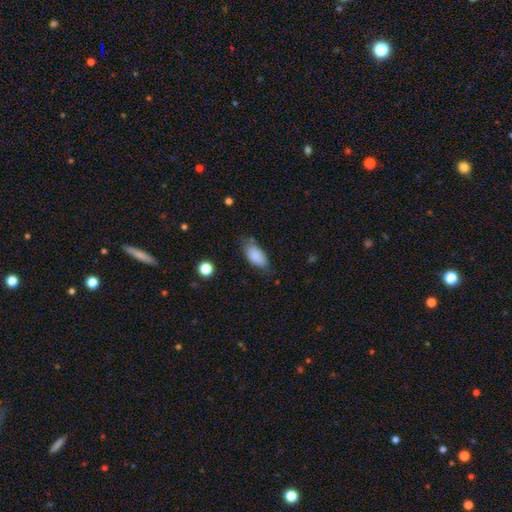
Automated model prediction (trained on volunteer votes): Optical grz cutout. It shows a smooth galaxy with no disk features (87%) that is in between round and cigar-shaped (91%). Merging: none (70%).